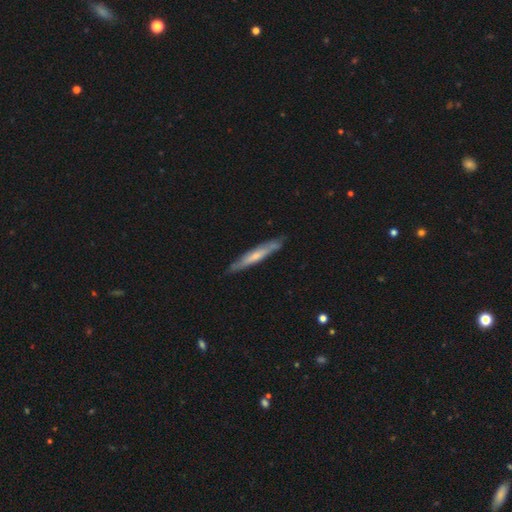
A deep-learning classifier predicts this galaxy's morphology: Smooth or featured? Predicted: featured or disk (p=0.51). Edge-on disk? Predicted: yes (p=0.82). Merging? Predicted: none (p=0.83).